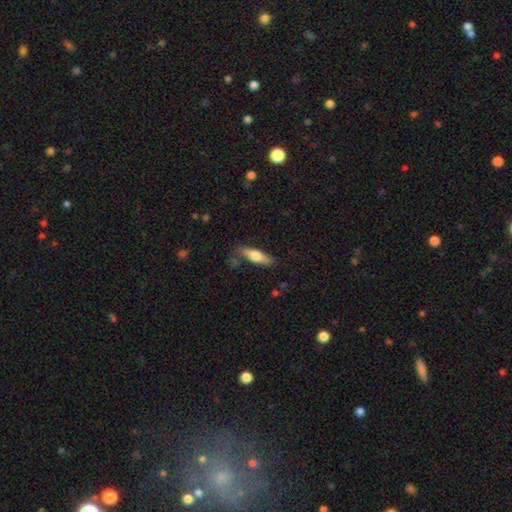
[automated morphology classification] type=smooth (67%); roundness=cigar-shaped (49%, tied with in between); merging=none (75%).